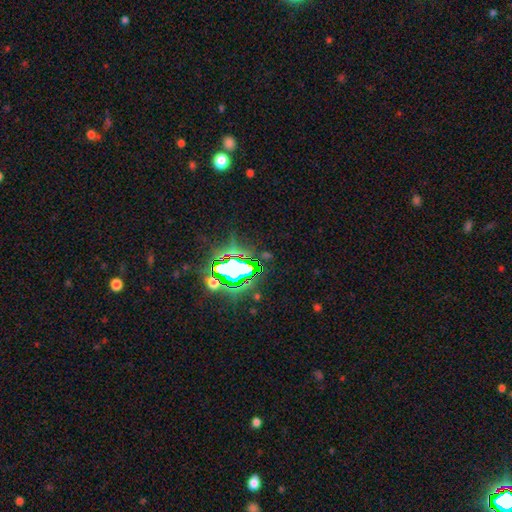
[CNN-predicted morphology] Smooth or featured: star or artifact — 84% (smooth — 9%)